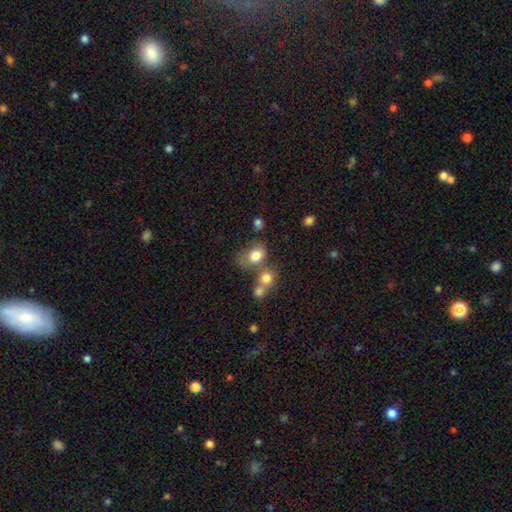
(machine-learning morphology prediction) Overall: smooth (78%). How rounded: in between (56%; round 43%). Merging: none (41%; merger 34%).